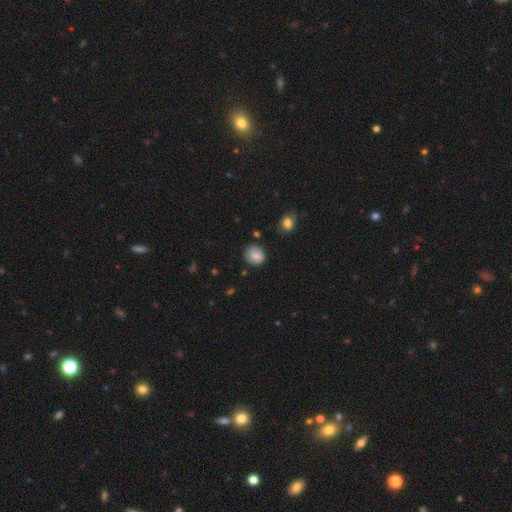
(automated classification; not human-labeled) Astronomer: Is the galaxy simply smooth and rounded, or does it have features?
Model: smooth — 77%.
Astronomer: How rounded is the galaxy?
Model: round — 82%.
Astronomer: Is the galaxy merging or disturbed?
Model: none — 78%.